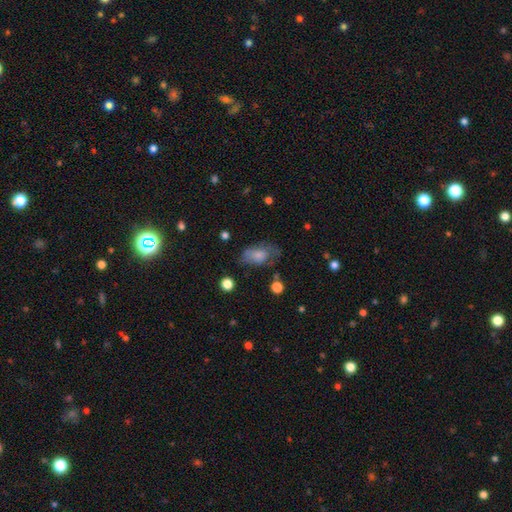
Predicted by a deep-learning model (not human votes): The model was most divided on "smooth or featured": smooth: 53%, featured or disk: 32%, star or artifact: 15%. More confident: how rounded — in between (87%); merging — none (56%).